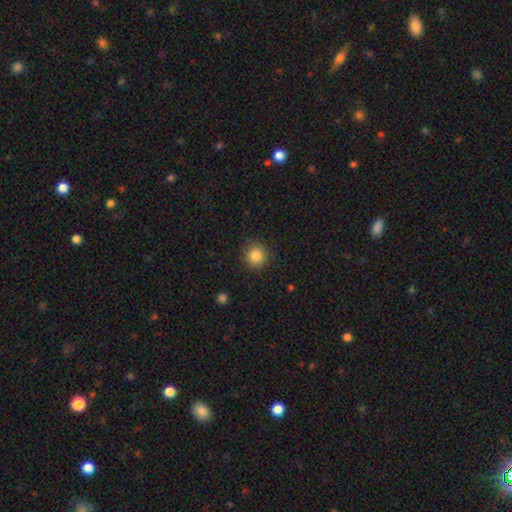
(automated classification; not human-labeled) Q: Smooth or featured?
A: smooth (85%); runner-up: star or artifact (10%)
Q: How rounded?
A: round (92%); runner-up: in between (8%)
Q: Merging?
A: none (87%); runner-up: minor disturbance (9%)